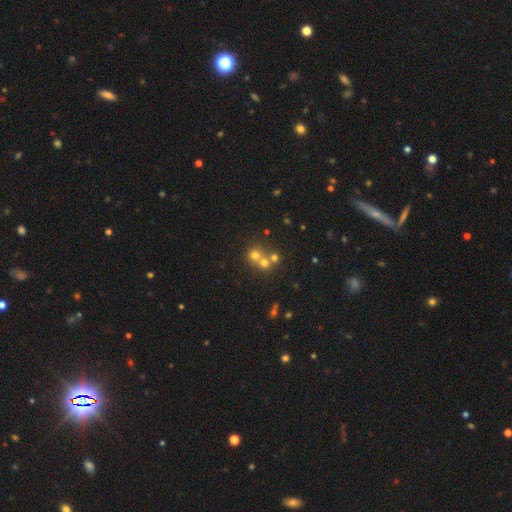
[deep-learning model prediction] This appears to be a smooth galaxy with no disk features (62%) that is round (86%). Merging: merger (51%).